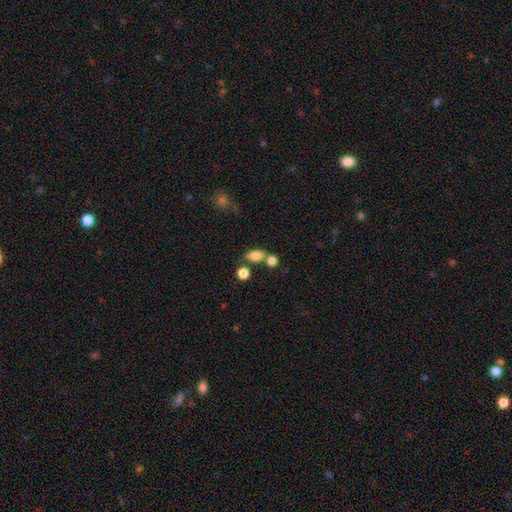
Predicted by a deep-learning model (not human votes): Morphology: type=smooth (81%); roundness=in between (81%); merging=none (53%).